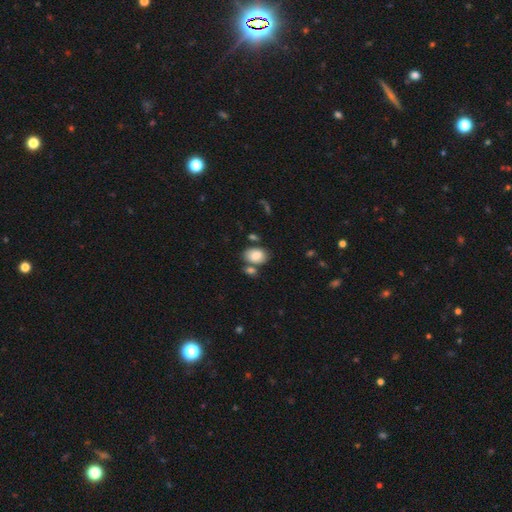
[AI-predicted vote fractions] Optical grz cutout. It shows a smooth galaxy with no disk features (84%) that is in between round and cigar-shaped (75%). Merging: none (59%).